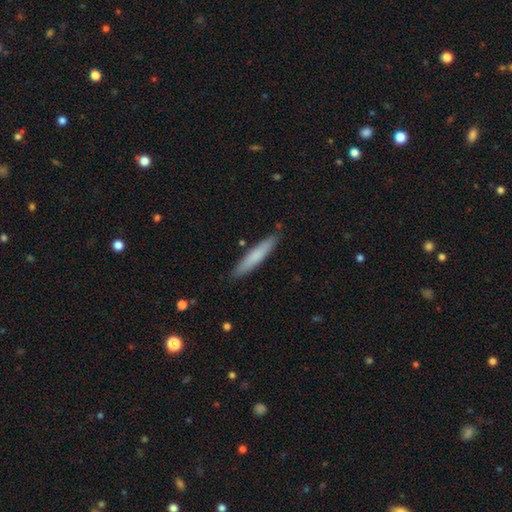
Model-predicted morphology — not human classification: The model was most divided on "smooth or featured": smooth: 73%, featured or disk: 21%, star or artifact: 5%. More confident: how rounded — cigar-shaped (91%); merging — none (87%).